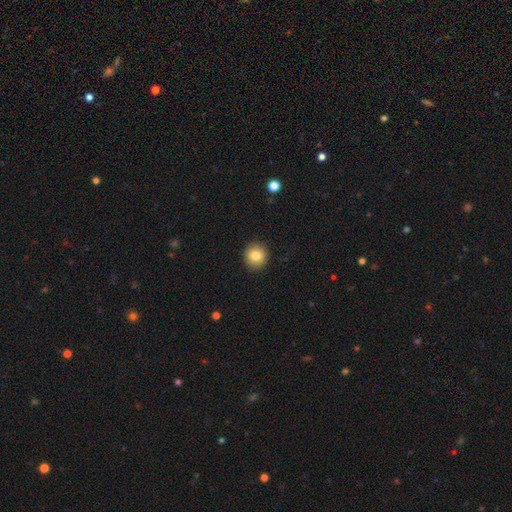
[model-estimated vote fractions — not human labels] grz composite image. It shows a smooth galaxy with no disk features (83%) that is round (91%). Merging: none (92%).